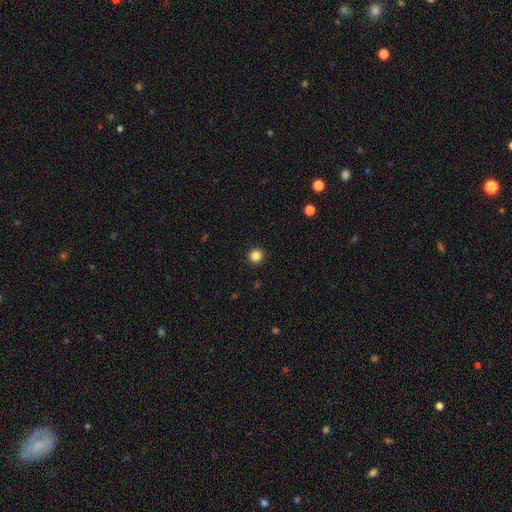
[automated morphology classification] This appears to be a smooth galaxy with no disk features (85%) that is round (91%). Merging: none (93%).